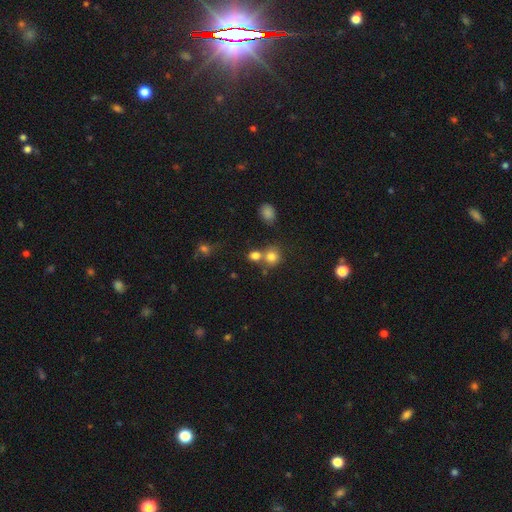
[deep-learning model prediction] Morphology: type=smooth (79%); roundness=round (78%); merging=none (52%).